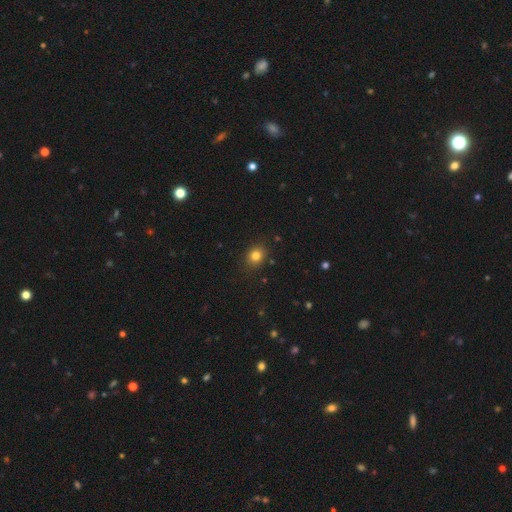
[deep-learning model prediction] smooth 81%, star or artifact 13%, featured or disk 6%. Down the decision tree: how rounded — round (63%); merging — none (87%).